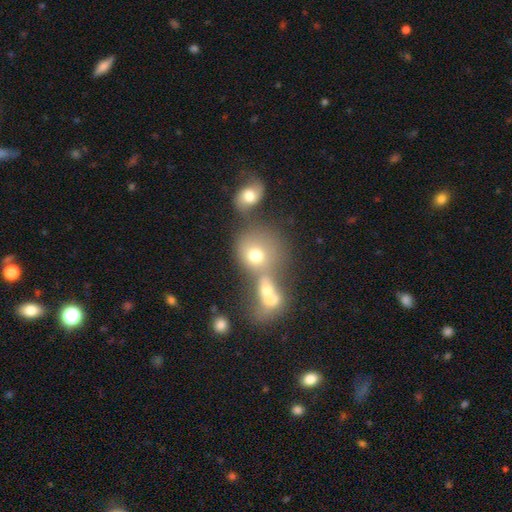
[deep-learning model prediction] A smooth galaxy with no disk features (71%) that is round (78%).

Vote fractions:
- Smooth or featured? smooth: 71% / featured or disk: 16% / star or artifact: 13%
- How rounded? round: 78% / in between: 21% / cigar-shaped: 1%
- Merging? merger: 44% / none: 39% / minor disturbance: 10% / major disturbance: 7%